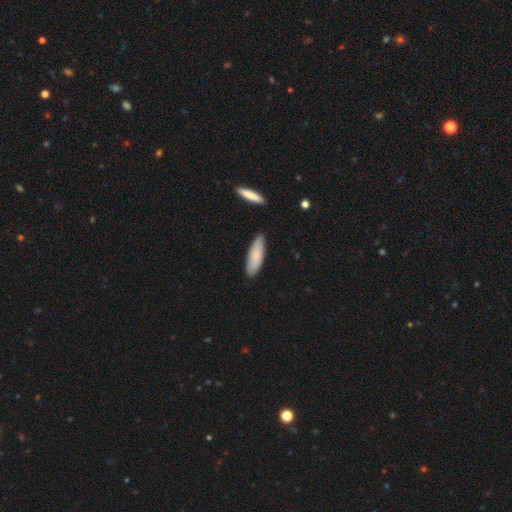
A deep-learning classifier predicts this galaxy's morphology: This appears to be a smooth galaxy with no disk features (82%) that is cigar-shaped (51%). Merging: none (83%).